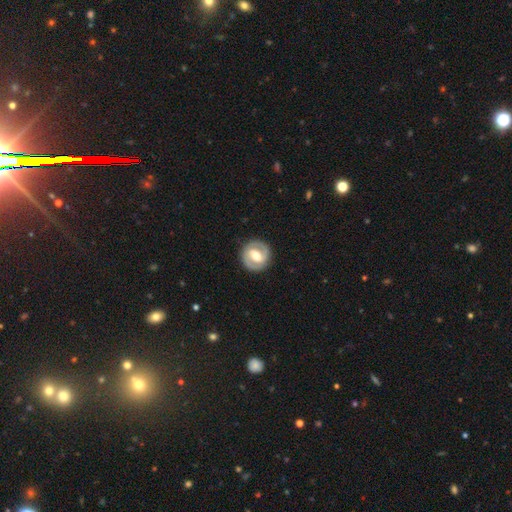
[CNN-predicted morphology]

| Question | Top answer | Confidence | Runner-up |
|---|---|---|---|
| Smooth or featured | featured or disk | 78% | smooth (18%) |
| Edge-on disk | no | 97% | yes (3%) |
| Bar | strong | 43% | weak (42%) |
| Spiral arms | yes | 81% | no (19%) |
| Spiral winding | tight | 50% | medium (40%) |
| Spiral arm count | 2 | 89% | can't tell (5%) |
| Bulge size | moderate | 70% | large (15%) |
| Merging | none | 89% | minor disturbance (8%) |